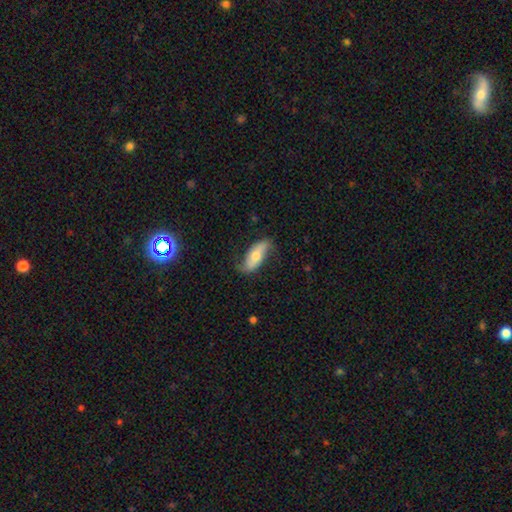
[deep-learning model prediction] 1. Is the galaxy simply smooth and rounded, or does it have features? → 54% featured or disk, 40% smooth, 6% star or artifact.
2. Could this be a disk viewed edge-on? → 84% no, 16% yes.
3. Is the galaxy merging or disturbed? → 69% none, 22% minor disturbance, 8% major disturbance, 2% merger.